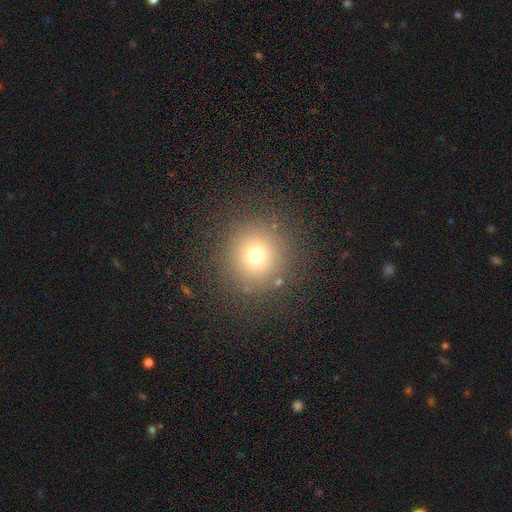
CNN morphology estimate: Smooth or featured? Predicted: smooth (p=0.70). How rounded? Predicted: round (p=0.95). Merging? Predicted: none (p=0.88).